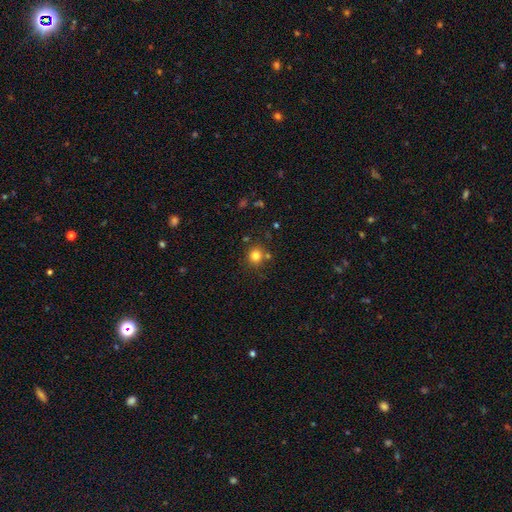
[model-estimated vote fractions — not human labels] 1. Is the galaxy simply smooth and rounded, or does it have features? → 81% smooth, 13% star or artifact, 6% featured or disk.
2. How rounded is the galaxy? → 88% round, 11% in between, 1% cigar-shaped.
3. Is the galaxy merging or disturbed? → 79% none, 9% minor disturbance, 9% merger, 3% major disturbance.